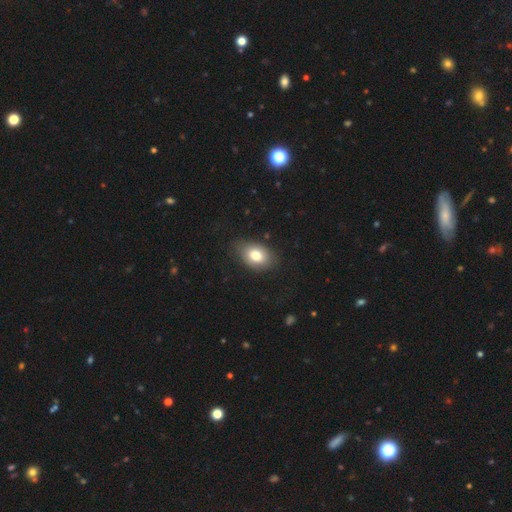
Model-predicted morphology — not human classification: Smooth or featured?
  - smooth: 78% *
  - featured or disk: 13%
  - star or artifact: 8%
How rounded?
  - in between: 82% *
  - round: 17%
  - cigar-shaped: 1%
Merging?
  - none: 77% *
  - minor disturbance: 18%
  - major disturbance: 4%
  - merger: 1%